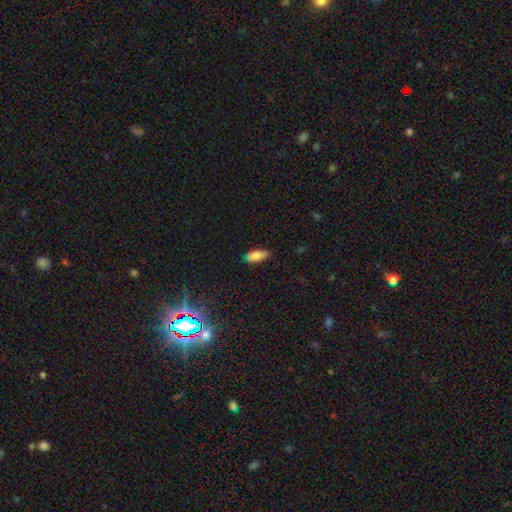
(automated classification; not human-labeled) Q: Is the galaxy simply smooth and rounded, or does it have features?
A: smooth — 84%.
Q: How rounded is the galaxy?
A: in between — 86%.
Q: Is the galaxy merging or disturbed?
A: none — 79%.